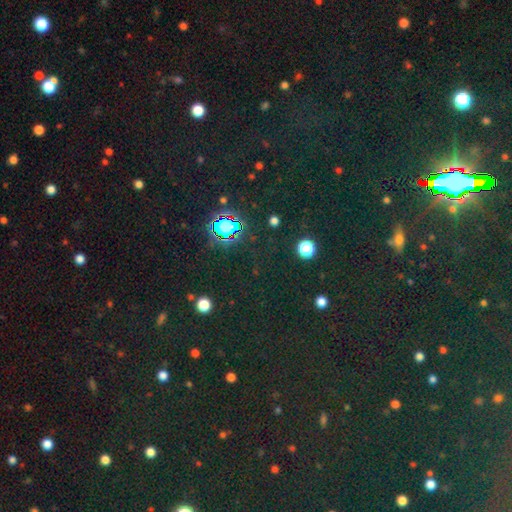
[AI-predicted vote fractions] This is clearly a star or artifact rather than a galaxy (80%).